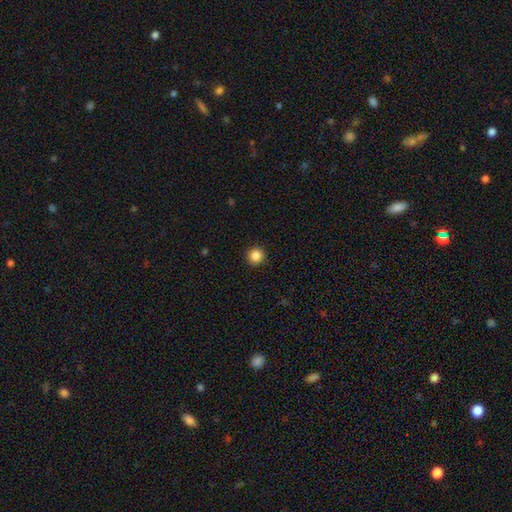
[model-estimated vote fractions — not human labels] Q: Smooth or featured?
A: smooth (86%); runner-up: star or artifact (11%)
Q: How rounded?
A: round (95%); runner-up: in between (4%)
Q: Merging?
A: none (92%); runner-up: minor disturbance (5%)